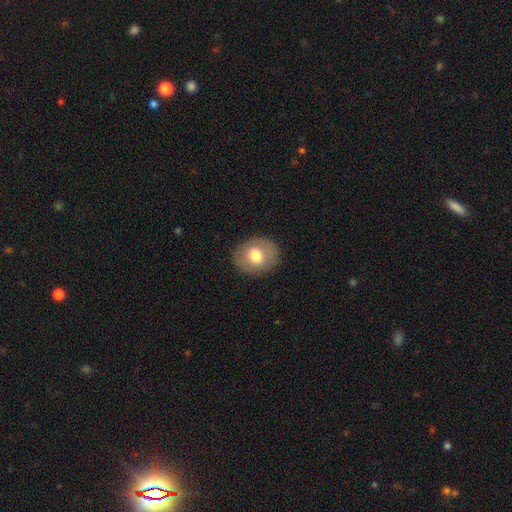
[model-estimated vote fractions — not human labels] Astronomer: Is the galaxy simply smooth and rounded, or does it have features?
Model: smooth — 74%.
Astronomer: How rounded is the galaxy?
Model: round — 58% (runner-up: in between, 41%).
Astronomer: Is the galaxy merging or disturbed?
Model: none — 88%.